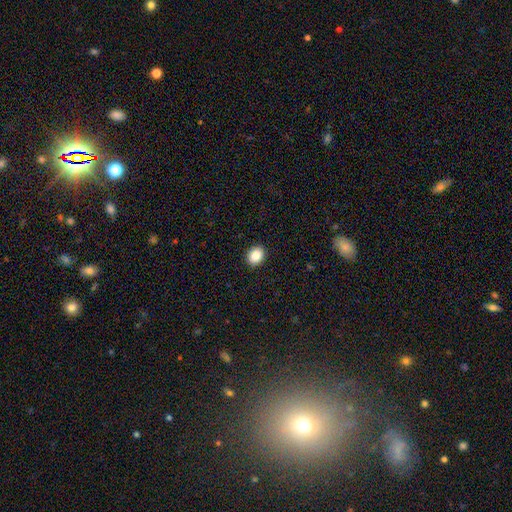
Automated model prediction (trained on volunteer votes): This is clearly a smooth galaxy (88%). How rounded: possibly in between (57%). Merging: clearly none (91%).